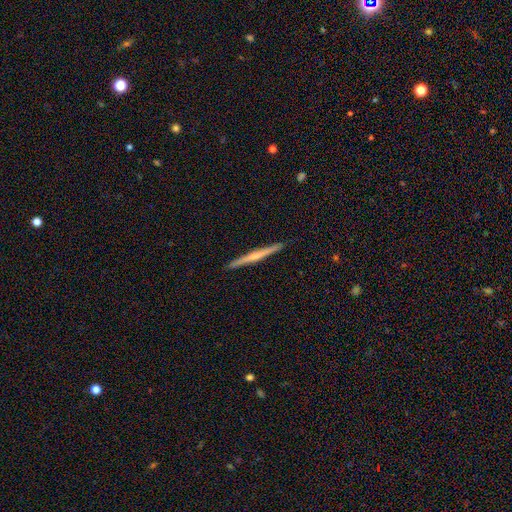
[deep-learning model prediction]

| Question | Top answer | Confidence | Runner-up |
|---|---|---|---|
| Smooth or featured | featured or disk | 60% | smooth (34%) |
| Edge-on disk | yes | 98% | no (2%) |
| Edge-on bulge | rounded | 48% | none (44%) |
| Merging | none | 92% | minor disturbance (5%) |